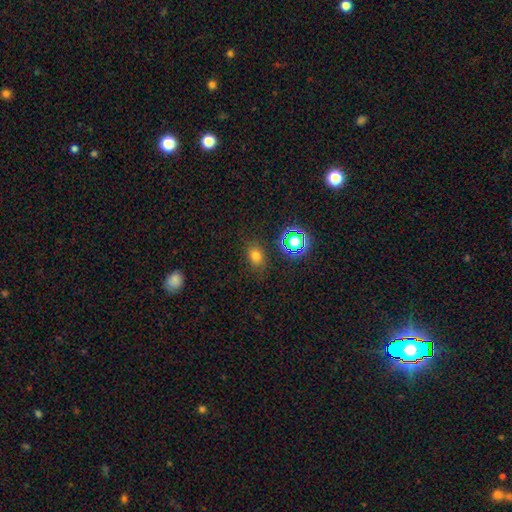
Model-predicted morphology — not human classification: The model was most divided on "how rounded": in between: 64%, round: 34%, cigar-shaped: 2%. More confident: merging — none (80%); smooth or featured — smooth (72%).